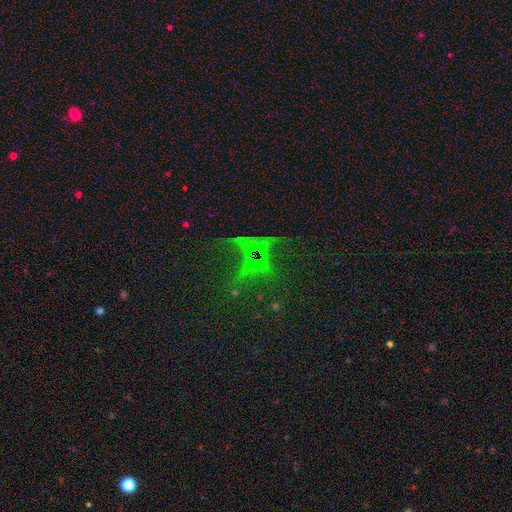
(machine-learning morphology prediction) smooth-or-featured: star or artifact: 74% | smooth: 16% | featured or disk: 10%